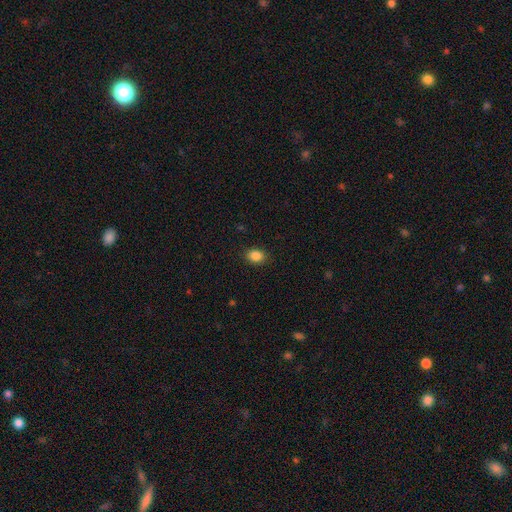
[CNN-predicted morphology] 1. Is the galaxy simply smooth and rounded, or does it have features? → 86% smooth, 10% star or artifact, 4% featured or disk.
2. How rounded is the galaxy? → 61% in between, 38% round, 1% cigar-shaped.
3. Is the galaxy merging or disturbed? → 89% none, 8% minor disturbance, 2% major disturbance, 1% merger.